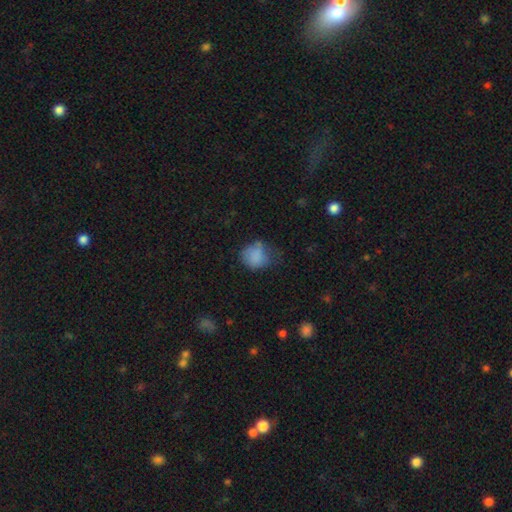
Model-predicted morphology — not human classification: type=smooth (79%); roundness=round (66%); merging=none (42%).